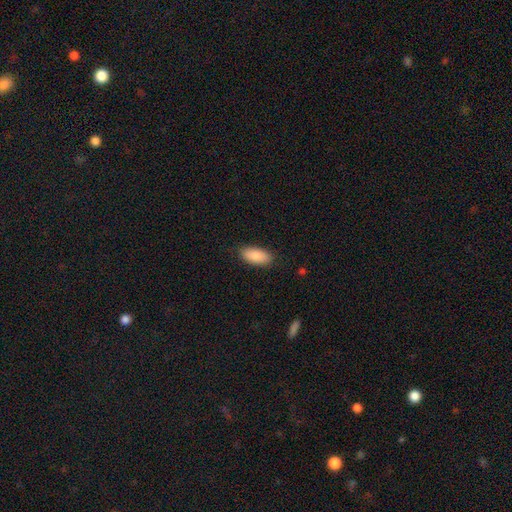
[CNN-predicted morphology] smooth_or_featured: smooth (p=0.89) [alt: star or artifact p=0.06]
how_rounded: in between (p=0.89) [alt: cigar-shaped p=0.09]
merging: none (p=0.86) [alt: minor disturbance p=0.11]